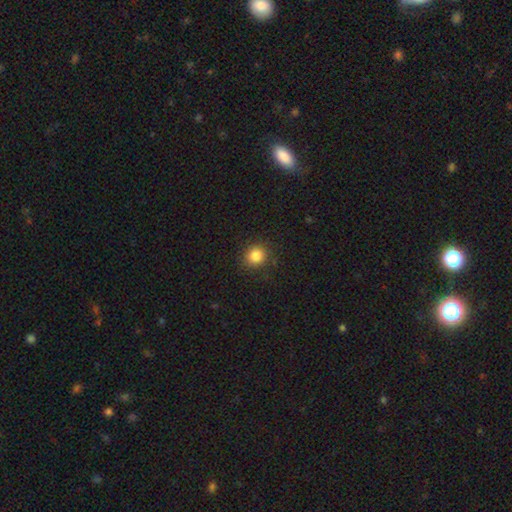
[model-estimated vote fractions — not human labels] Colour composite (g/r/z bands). It shows a smooth galaxy with no disk features (85%) that is round (87%). Merging: none (89%).